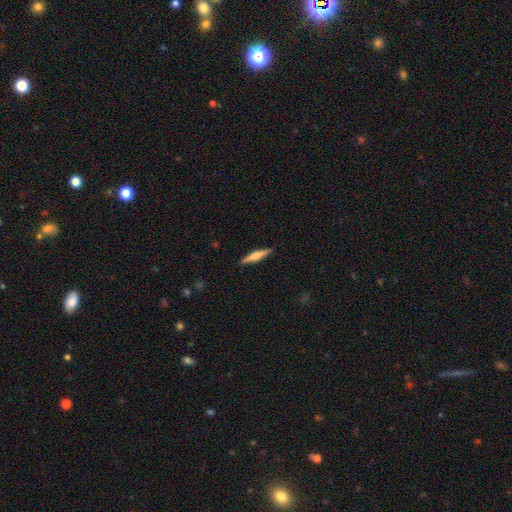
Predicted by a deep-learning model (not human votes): Overall: featured or disk (52%; smooth 42%). Edge-on disk: yes (96%). Edge-on bulge: rounded (87%). Merging: none (91%).